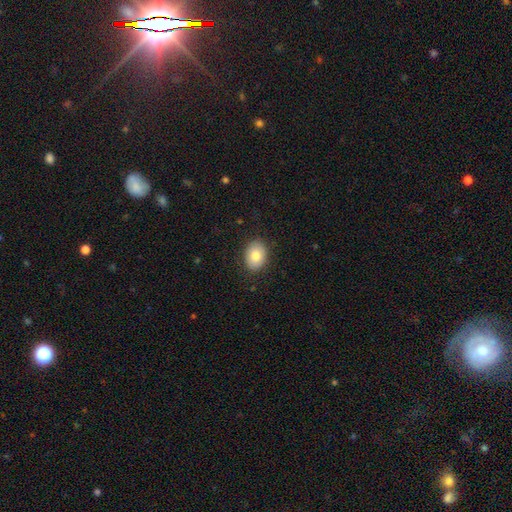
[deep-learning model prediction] This appears to be a smooth galaxy with no disk features (81%) that is in between round and cigar-shaped (68%). Merging: none (87%).